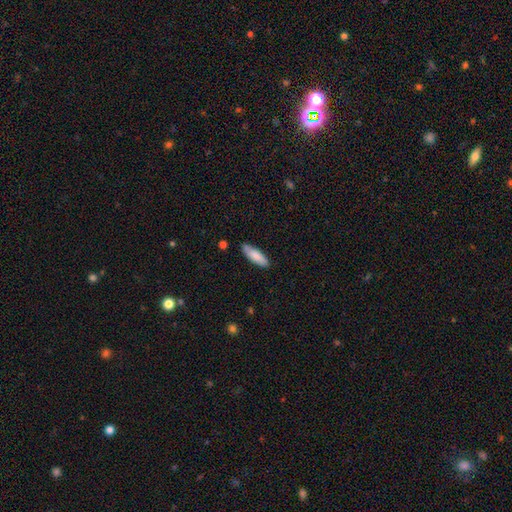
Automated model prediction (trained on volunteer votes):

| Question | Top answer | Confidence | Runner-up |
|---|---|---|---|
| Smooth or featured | smooth | 81% | featured or disk (13%) |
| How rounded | in between | 51% | cigar-shaped (47%) |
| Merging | none | 82% | minor disturbance (14%) |